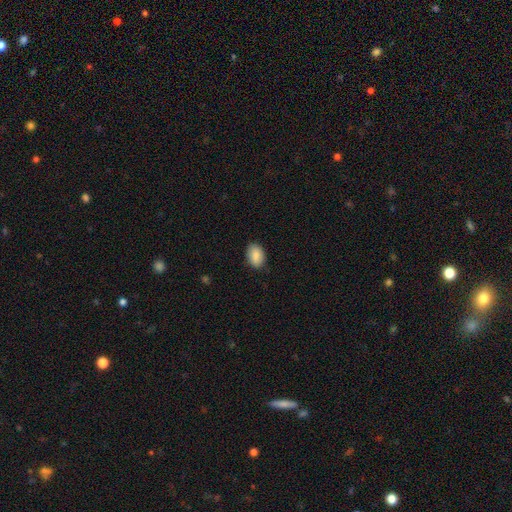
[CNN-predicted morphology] type=smooth (87%); roundness=in between (87%); merging=none (84%).